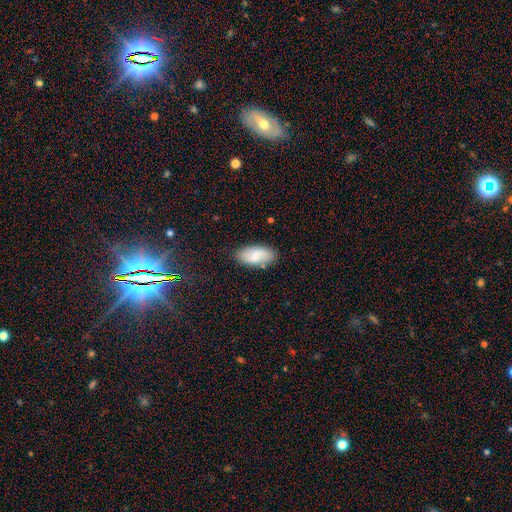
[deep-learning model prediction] A smooth galaxy with no disk features (67%) that is in between round and cigar-shaped (92%). Merging: none (82%).